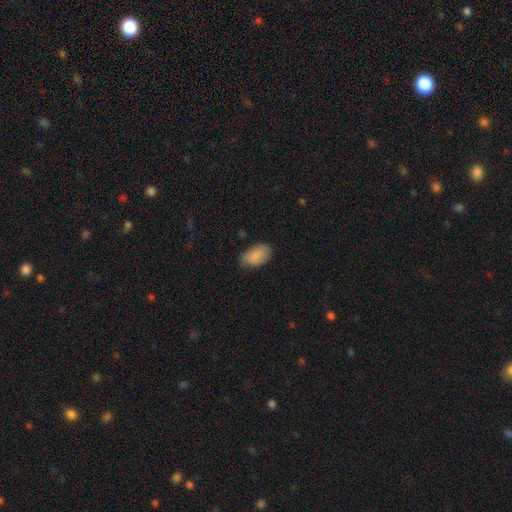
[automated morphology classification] smooth 87%, star or artifact 7%, featured or disk 6%. Down the decision tree: how rounded — in between (93%); merging — none (61%).